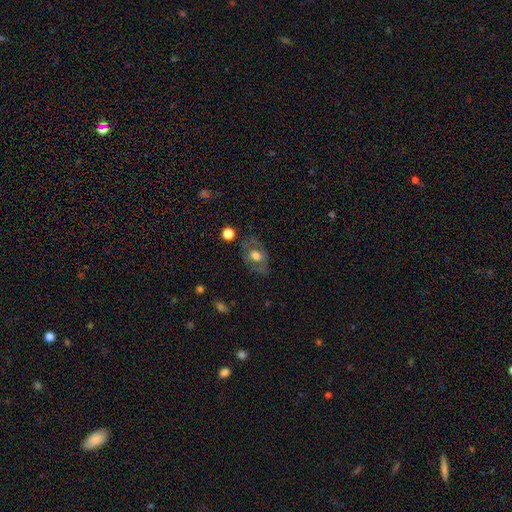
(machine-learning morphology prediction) Overall: featured or disk (48%; smooth 44%). Merging: none (70%).